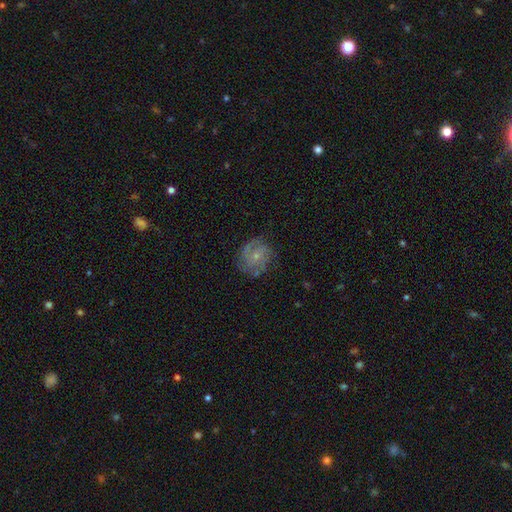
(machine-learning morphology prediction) A featured or disk galaxy (72%) with no bar (71%), 2 (33%) tight (46%) spiral arms (91%) and a small central bulge (74%).

Vote fractions:
- Smooth or featured? featured or disk: 72% / smooth: 21% / star or artifact: 7%
- Edge-on disk? no: 98% / yes: 2%
- Bar? no: 71% / weak: 26% / strong: 4%
- Spiral arms? yes: 91% / no: 9%
- Spiral winding? tight: 46% / medium: 41% / loose: 14%
- Spiral arm count? 2: 33% / can't tell: 26% / 3: 23% / 4: 6% / 1: 6% / more than 4: 5%
- Bulge size? small: 74% / moderate: 20% / none: 4% / large: 1% / dominant: 1%
- Merging? none: 72% / minor disturbance: 19% / major disturbance: 8% / merger: 2%